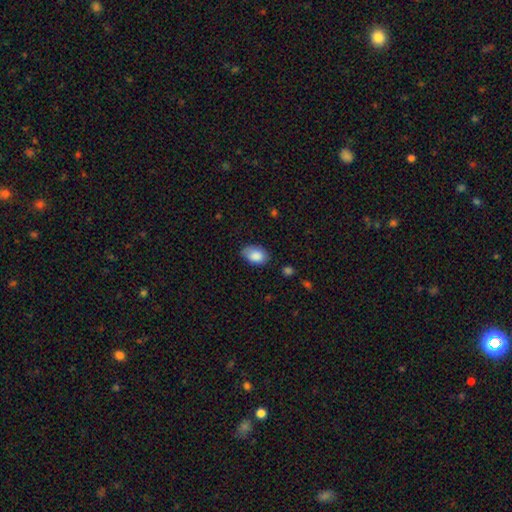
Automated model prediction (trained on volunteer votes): Smooth or featured? smooth (87%)
How rounded? in between (89%)
Merging? none (70%)